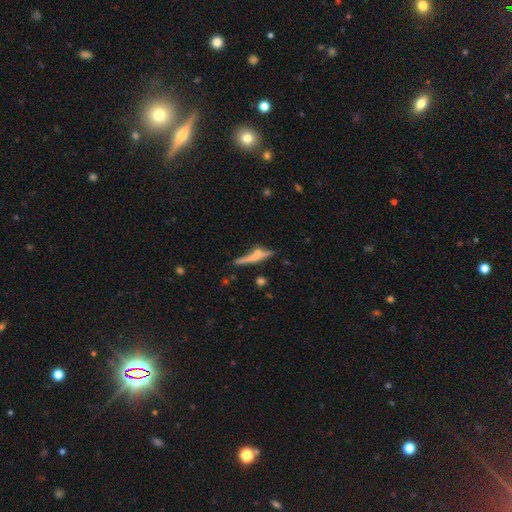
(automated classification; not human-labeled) This appears to be a smooth galaxy with no disk features (46%, tied with featured or disk). Merging: none (60%).